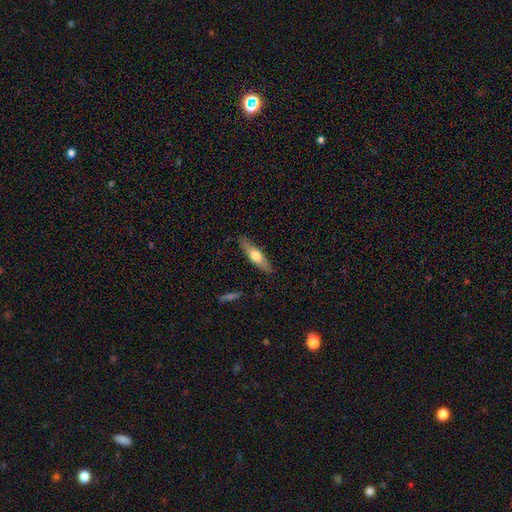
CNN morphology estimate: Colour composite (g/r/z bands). It shows a smooth galaxy with no disk features (52%) that is cigar-shaped (68%). Merging: none (87%).